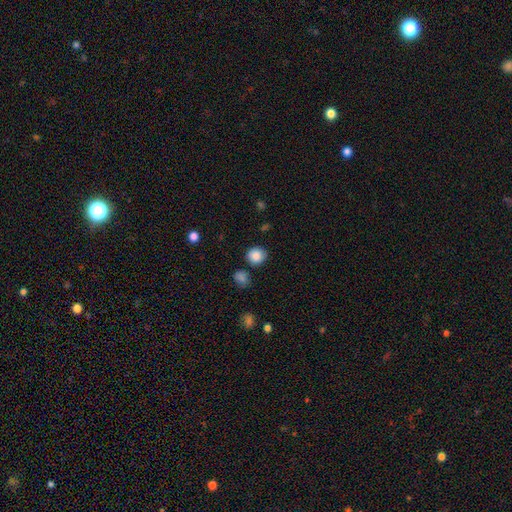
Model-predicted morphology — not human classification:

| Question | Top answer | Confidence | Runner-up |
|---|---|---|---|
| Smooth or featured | smooth | 86% | star or artifact (9%) |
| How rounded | round | 84% | in between (15%) |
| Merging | none | 83% | minor disturbance (10%) |